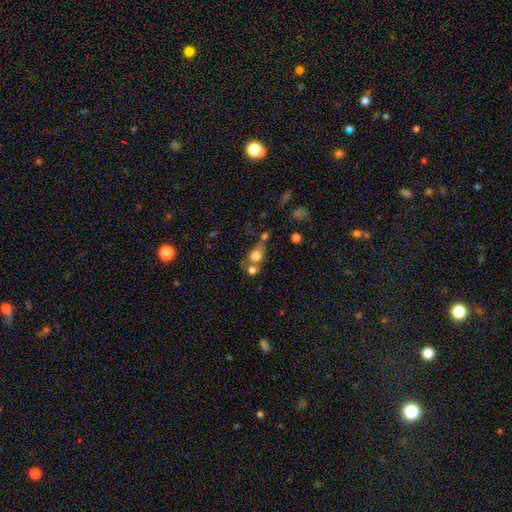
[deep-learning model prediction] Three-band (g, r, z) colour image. It shows a smooth galaxy with no disk features (72%) that is round (74%). Merging: merger (42%).